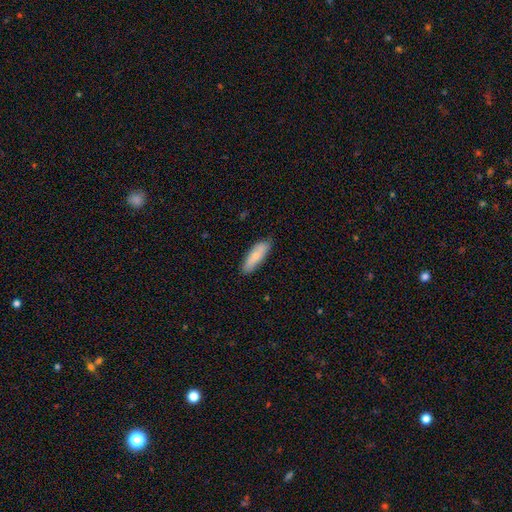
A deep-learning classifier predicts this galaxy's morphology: smooth 80%, featured or disk 15%, star or artifact 6%. Down the decision tree: how rounded — in between (52%); merging — none (83%).